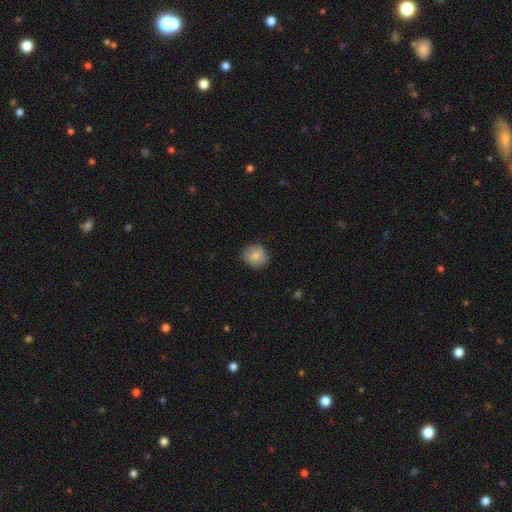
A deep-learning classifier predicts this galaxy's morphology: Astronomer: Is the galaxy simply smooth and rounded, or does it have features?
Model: smooth — 79%.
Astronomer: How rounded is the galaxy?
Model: round — 78%.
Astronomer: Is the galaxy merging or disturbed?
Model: none — 82%.